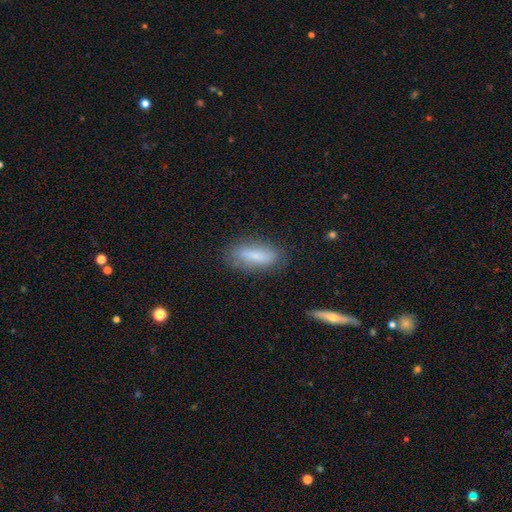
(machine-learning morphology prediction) Overall: smooth (74%). How rounded: in between (58%; cigar-shaped 39%). Merging: none (78%).